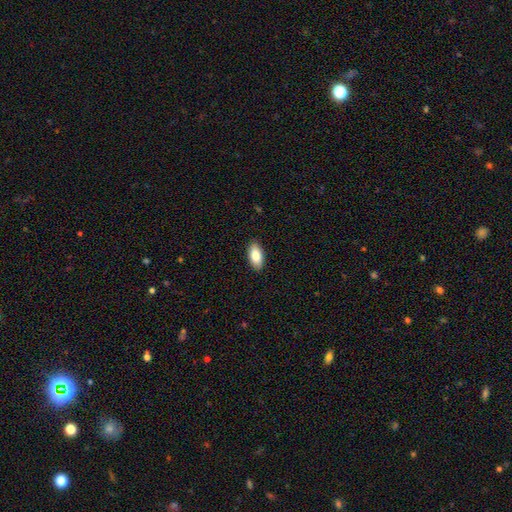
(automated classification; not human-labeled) The model was most divided on "smooth or featured": smooth: 83%, featured or disk: 10%, star or artifact: 6%. More confident: how rounded — in between (92%); merging — none (90%).